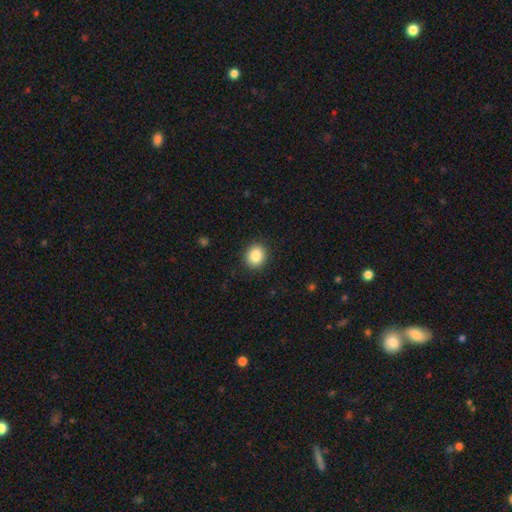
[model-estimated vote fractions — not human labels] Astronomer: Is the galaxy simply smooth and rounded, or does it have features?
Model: smooth — 86%.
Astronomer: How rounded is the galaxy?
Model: round — 77%.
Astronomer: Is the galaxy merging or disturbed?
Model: none — 91%.